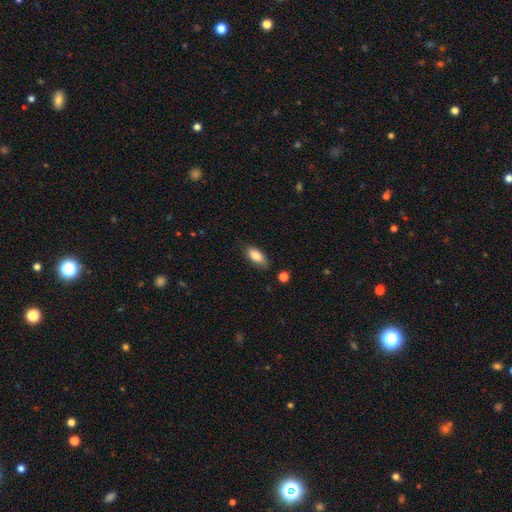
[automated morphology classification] Q: Smooth or featured?
A: smooth (84%); runner-up: featured or disk (9%)
Q: How rounded?
A: in between (86%); runner-up: cigar-shaped (12%)
Q: Merging?
A: none (77%); runner-up: minor disturbance (17%)